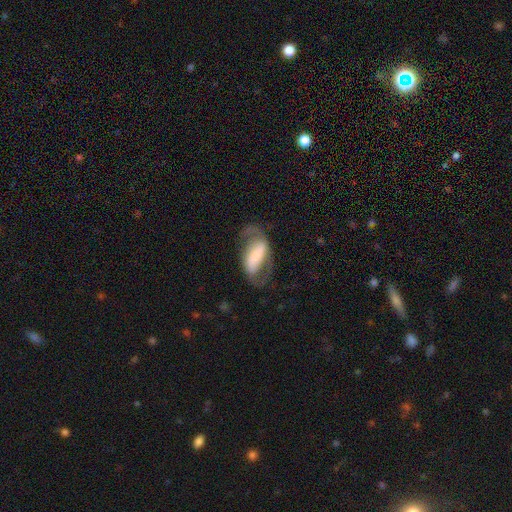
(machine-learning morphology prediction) This is likely a featured or disk galaxy (73%). It is clearly not viewed edge-on (94%). Bar: possibly strong (56%). Spiral arm pattern: clearly yes (82%). Spiral arm count: clearly 2 (87%). Spiral winding: marginally loose (43%). Central bulge: marginally small (45%). Merging: likely none (64%).